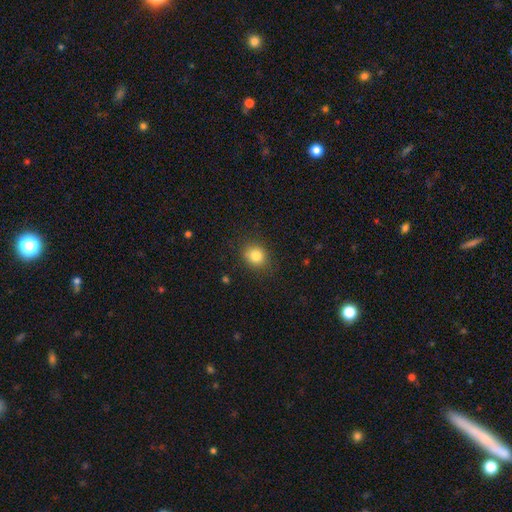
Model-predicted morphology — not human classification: smooth 83%, star or artifact 11%, featured or disk 6%. Down the decision tree: how rounded — round (70%); merging — none (85%).